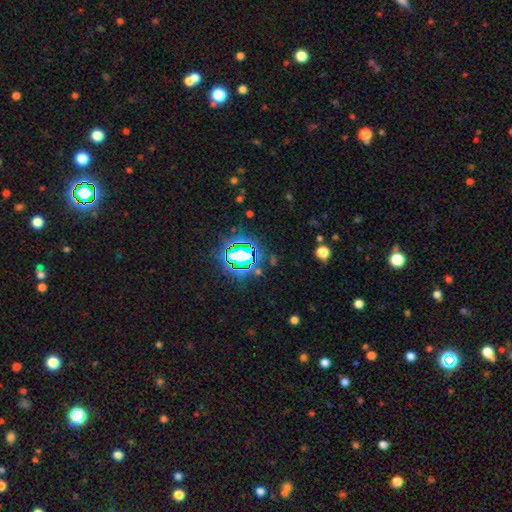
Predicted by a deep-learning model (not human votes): smooth_or_featured: star or artifact (p=0.79) [alt: smooth p=0.13]